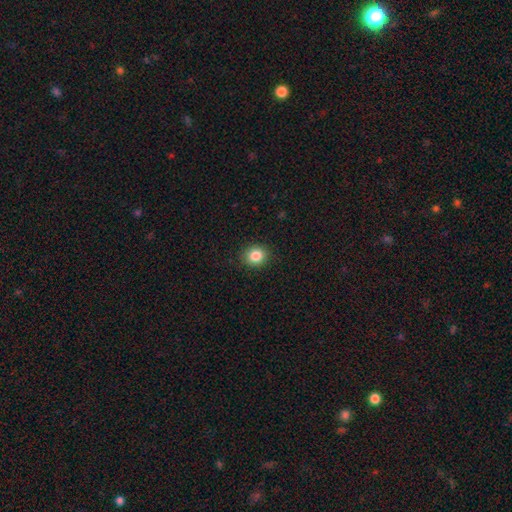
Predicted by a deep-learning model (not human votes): A smooth galaxy with no disk features (85%) that is round (80%). Merging: none (90%).